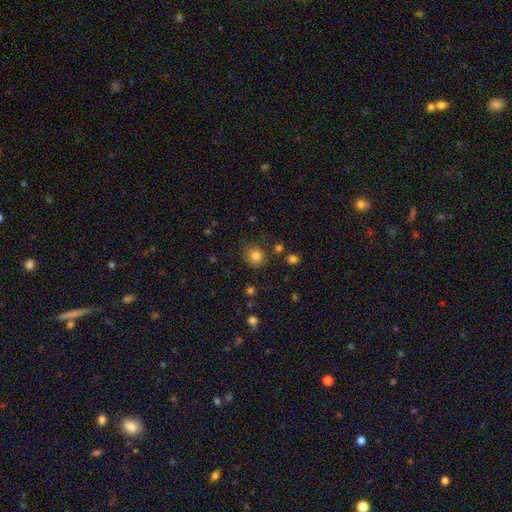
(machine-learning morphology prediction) Smooth or featured? smooth (82%)
How rounded? round (85%)
Merging? none (83%)